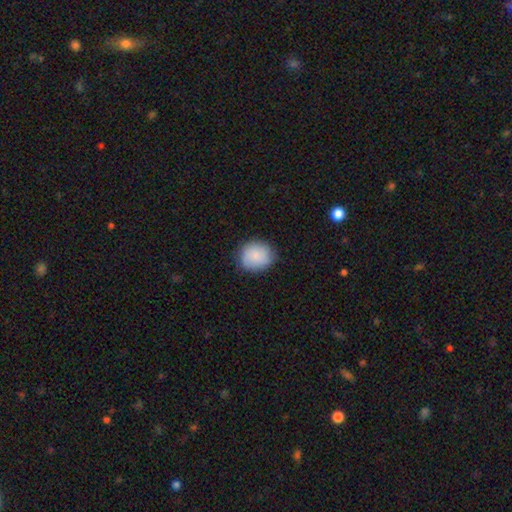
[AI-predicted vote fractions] A smooth galaxy with no disk features (79%) that is round (78%). Merging: none (80%).